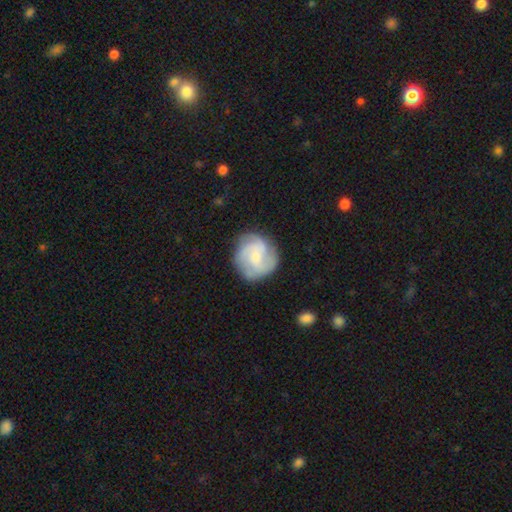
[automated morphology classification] This is likely a featured or disk galaxy (67%). It is clearly not viewed edge-on (98%). Bar: likely no (61%). Spiral arm pattern: clearly yes (92%). Spiral arm count: possibly 3 (46%). Spiral winding: possibly medium (45%). Central bulge: likely small (61%). Merging: likely none (75%).